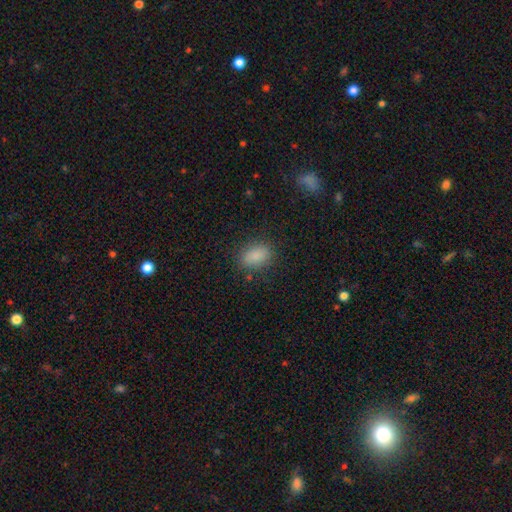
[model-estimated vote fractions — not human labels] A smooth galaxy with no disk features (86%) that is in between round and cigar-shaped (84%).

Vote fractions:
- Smooth or featured? smooth: 86% / star or artifact: 9% / featured or disk: 5%
- How rounded? in between: 84% / round: 13% / cigar-shaped: 3%
- Merging? none: 84% / minor disturbance: 11% / major disturbance: 4% / merger: 2%